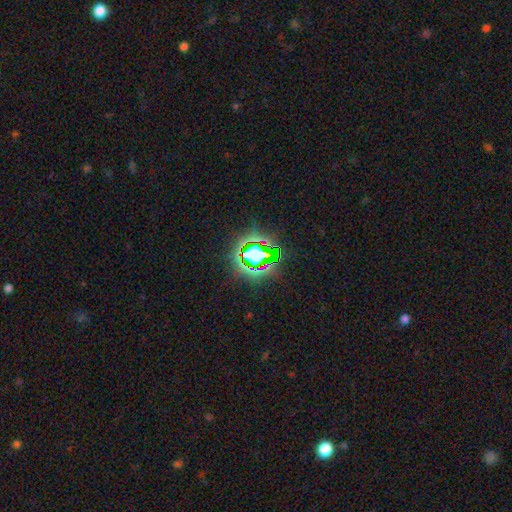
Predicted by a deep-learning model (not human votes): Smooth or featured? star or artifact (66%)